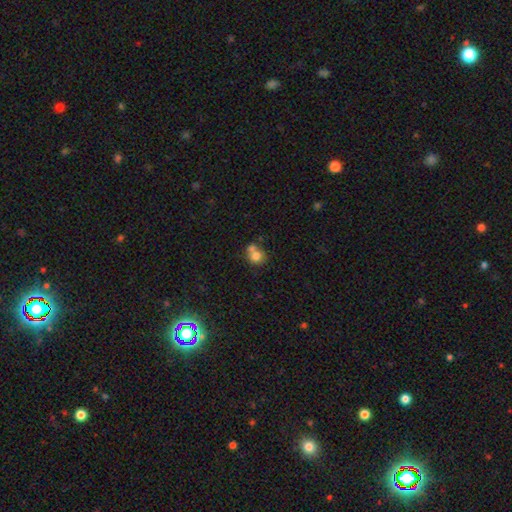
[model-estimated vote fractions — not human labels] Q: Smooth or featured?
A: smooth (74%); runner-up: featured or disk (16%)
Q: How rounded?
A: round (73%); runner-up: in between (26%)
Q: Merging?
A: merger (51%); runner-up: none (35%)